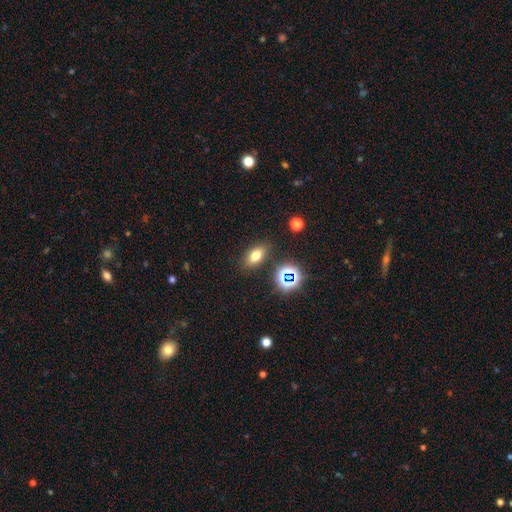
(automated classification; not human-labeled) This appears to be a smooth galaxy with no disk features (71%) that is in between round and cigar-shaped (80%). Merging: none (83%).